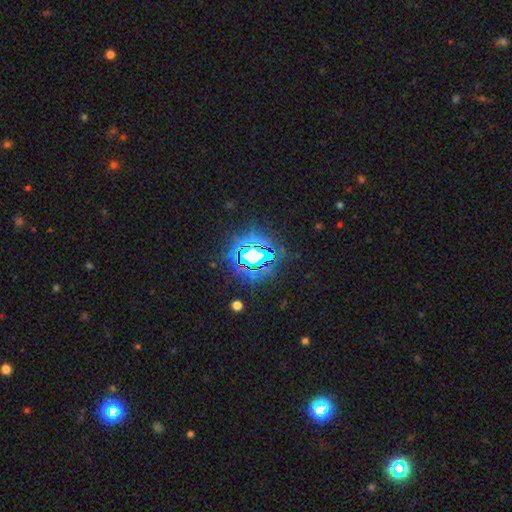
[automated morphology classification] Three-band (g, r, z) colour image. It shows a star or artifact, not a galaxy (81%).